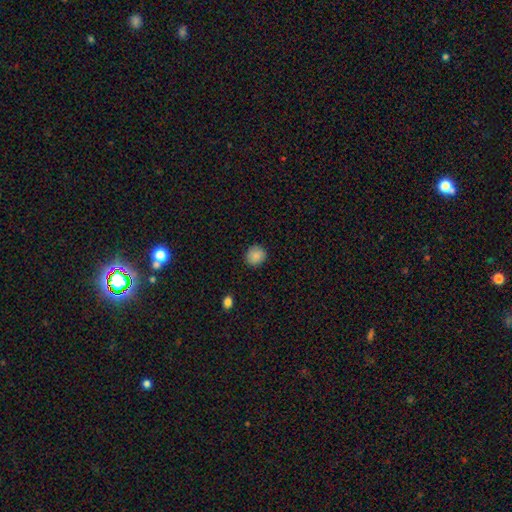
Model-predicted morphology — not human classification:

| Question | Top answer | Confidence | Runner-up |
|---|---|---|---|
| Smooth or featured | smooth | 87% | star or artifact (8%) |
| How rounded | round | 84% | in between (15%) |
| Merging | none | 88% | minor disturbance (8%) |